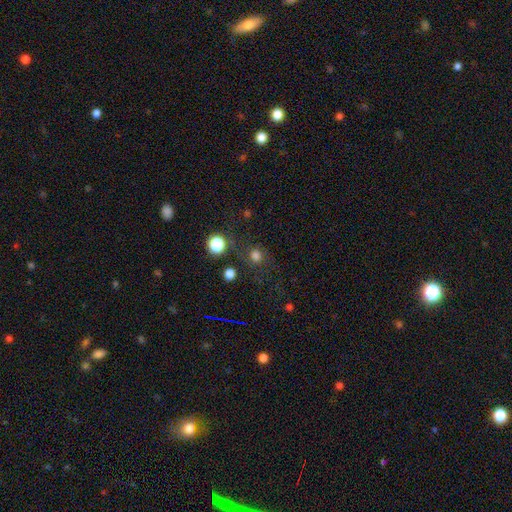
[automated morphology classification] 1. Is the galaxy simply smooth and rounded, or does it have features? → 73% smooth, 20% star or artifact, 8% featured or disk.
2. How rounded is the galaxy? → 85% round, 14% in between, 1% cigar-shaped.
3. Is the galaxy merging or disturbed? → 72% none, 13% minor disturbance, 9% major disturbance, 6% merger.